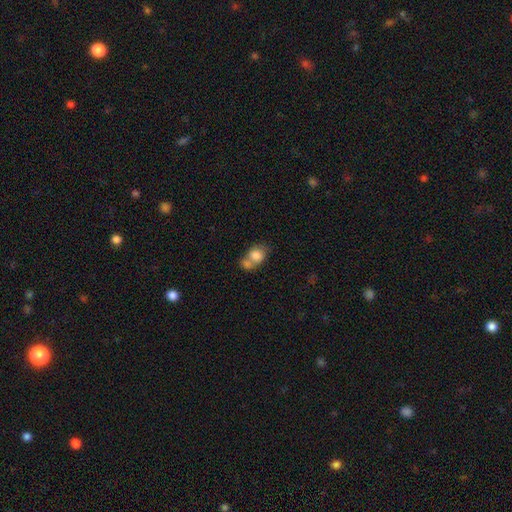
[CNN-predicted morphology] Smooth or featured?
  - smooth: 77% *
  - featured or disk: 15%
  - star or artifact: 8%
How rounded?
  - in between: 55% *
  - round: 44%
  - cigar-shaped: 1%
Merging?
  - merger: 61% *
  - none: 23%
  - minor disturbance: 10%
  - major disturbance: 6%